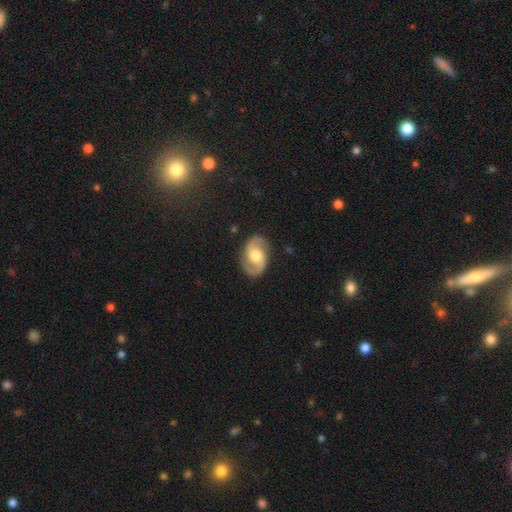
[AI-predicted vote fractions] Q: Smooth or featured?
A: featured or disk (84%); runner-up: smooth (11%)
Q: Edge-on disk?
A: no (97%); runner-up: yes (3%)
Q: Bar?
A: no (52%); runner-up: weak (38%)
Q: Spiral arms?
A: yes (95%); runner-up: no (5%)
Q: Spiral winding?
A: medium (53%); runner-up: loose (28%)
Q: Spiral arm count?
A: 2 (93%); runner-up: can't tell (2%)
Q: Bulge size?
A: moderate (68%); runner-up: large (16%)
Q: Merging?
A: none (85%); runner-up: minor disturbance (10%)